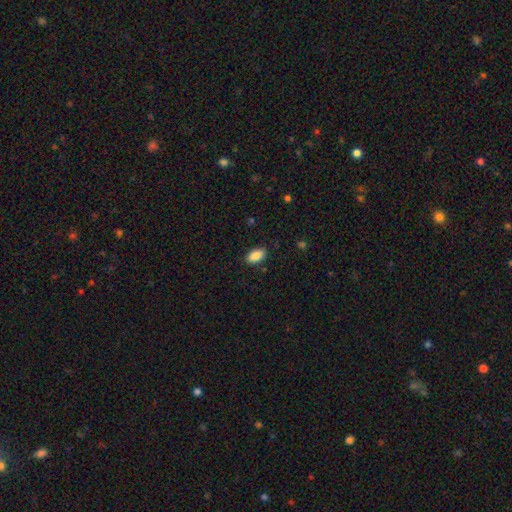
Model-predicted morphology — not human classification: This is clearly a smooth galaxy (88%). How rounded: clearly in between (93%). Merging: clearly none (85%).